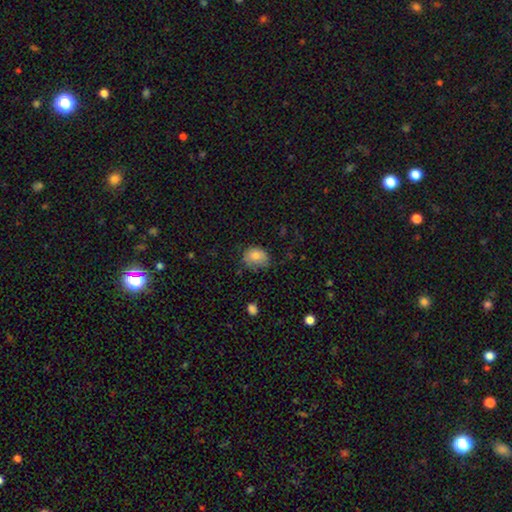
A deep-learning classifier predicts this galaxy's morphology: A smooth galaxy with no disk features (81%) that is in between round and cigar-shaped (54%).

Vote fractions:
- Smooth or featured? smooth: 81% / featured or disk: 10% / star or artifact: 9%
- How rounded? in between: 54% / round: 45% / cigar-shaped: 1%
- Merging? none: 55% / minor disturbance: 32% / major disturbance: 11% / merger: 2%